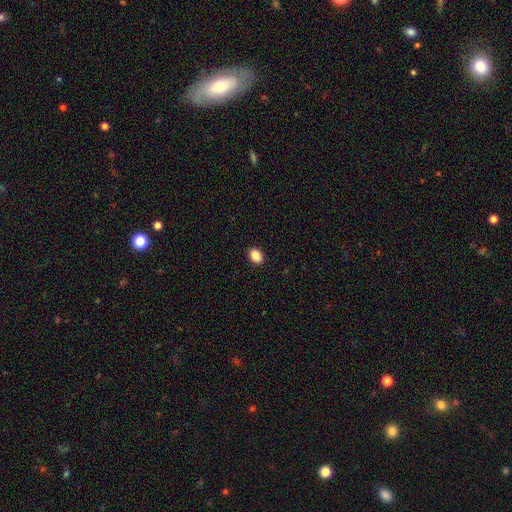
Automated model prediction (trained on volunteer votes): Smooth or featured: smooth — 88% (star or artifact — 9%)
How rounded: in between — 70% (round — 29%)
Merging: none — 91% (minor disturbance — 6%)